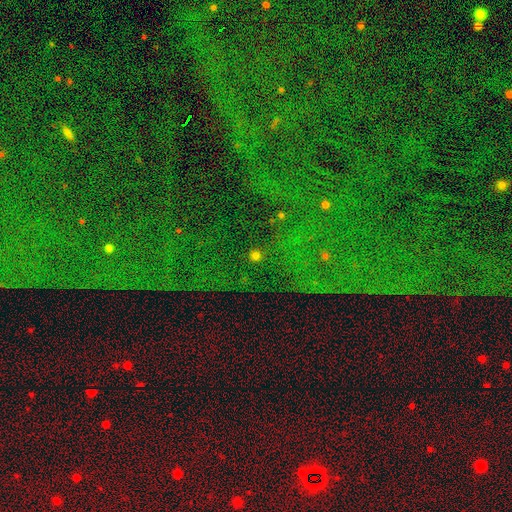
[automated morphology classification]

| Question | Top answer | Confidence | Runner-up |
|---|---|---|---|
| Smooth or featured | smooth | 67% | star or artifact (27%) |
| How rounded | round | 94% | in between (5%) |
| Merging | none | 83% | minor disturbance (7%) |